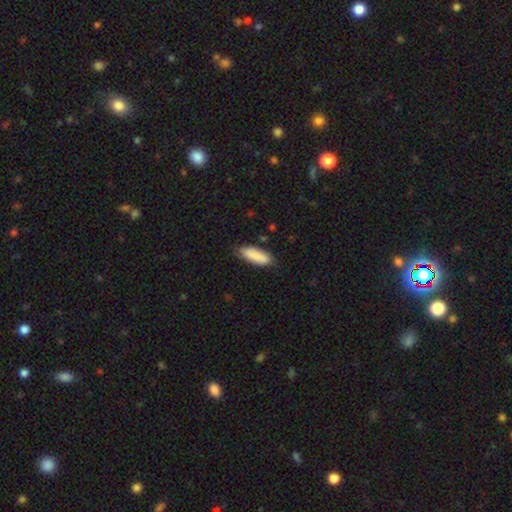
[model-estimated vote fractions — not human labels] Morphology: type=smooth (87%); roundness=in between (63%); merging=none (76%).